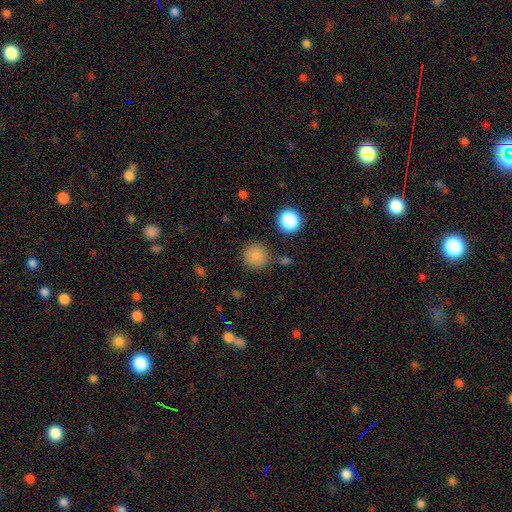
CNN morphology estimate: A smooth galaxy with no disk features (82%) that is round (94%).

Vote fractions:
- Smooth or featured? smooth: 82% / star or artifact: 13% / featured or disk: 5%
- How rounded? round: 94% / in between: 5% / cigar-shaped: 1%
- Merging? none: 81% / minor disturbance: 10% / merger: 5% / major disturbance: 4%